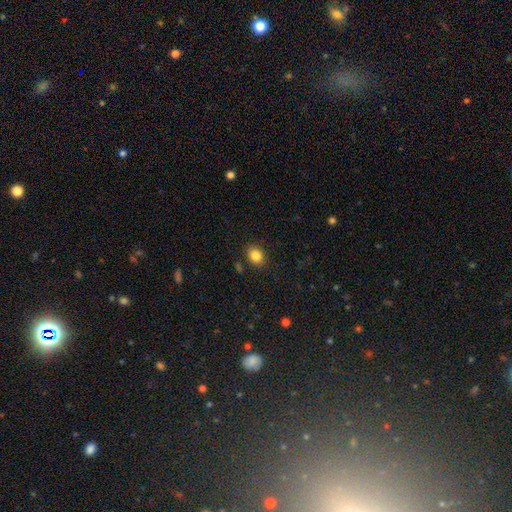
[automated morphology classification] Smooth or featured?
  - smooth: 84% *
  - star or artifact: 10%
  - featured or disk: 6%
How rounded?
  - in between: 55% *
  - round: 45%
  - cigar-shaped: 1%
Merging?
  - none: 86% *
  - minor disturbance: 9%
  - major disturbance: 2%
  - merger: 2%